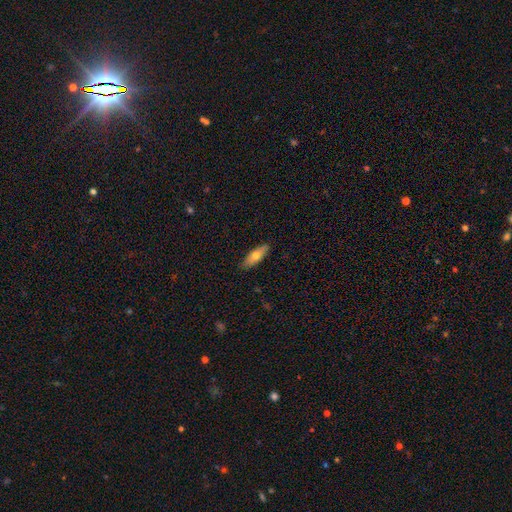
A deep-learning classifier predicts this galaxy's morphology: The model was most divided on "how rounded": in between: 55%, cigar-shaped: 43%, round: 2%. More confident: merging — none (87%); smooth or featured — smooth (69%).